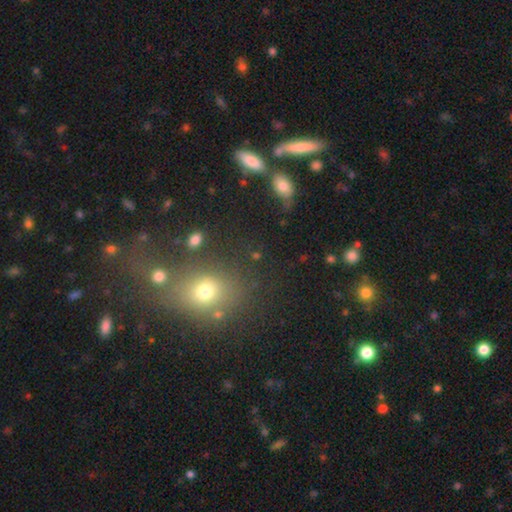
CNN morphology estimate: A smooth galaxy with no disk features (62%) that is round (58%).

Vote fractions:
- Smooth or featured? smooth: 62% / star or artifact: 25% / featured or disk: 13%
- How rounded? round: 58% / in between: 37% / cigar-shaped: 4%
- Merging? none: 69% / minor disturbance: 13% / merger: 12% / major disturbance: 7%